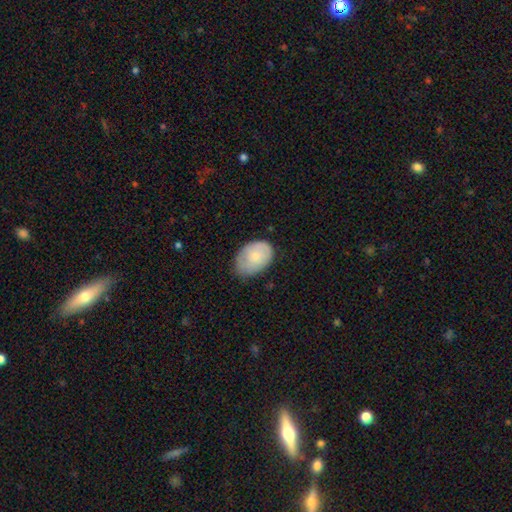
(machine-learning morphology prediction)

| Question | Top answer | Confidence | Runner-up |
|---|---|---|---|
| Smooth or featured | smooth | 68% | featured or disk (26%) |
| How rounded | in between | 81% | round (18%) |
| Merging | none | 61% | minor disturbance (31%) |